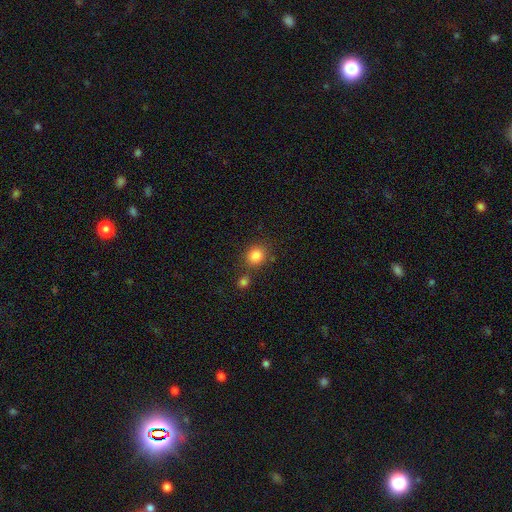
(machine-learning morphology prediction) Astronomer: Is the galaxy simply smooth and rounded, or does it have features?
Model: smooth — 84%.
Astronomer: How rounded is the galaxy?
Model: round — 80%.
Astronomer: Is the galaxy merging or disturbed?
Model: none — 73%.